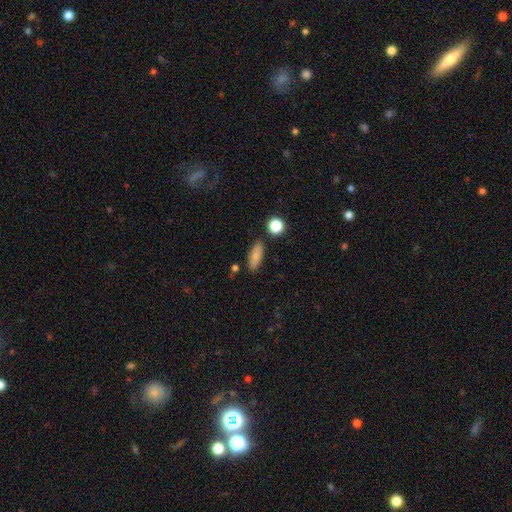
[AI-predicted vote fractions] Smooth or featured?
  - smooth: 83% *
  - featured or disk: 9%
  - star or artifact: 8%
How rounded?
  - in between: 68% *
  - cigar-shaped: 28%
  - round: 4%
Merging?
  - none: 84% *
  - minor disturbance: 10%
  - merger: 3%
  - major disturbance: 3%